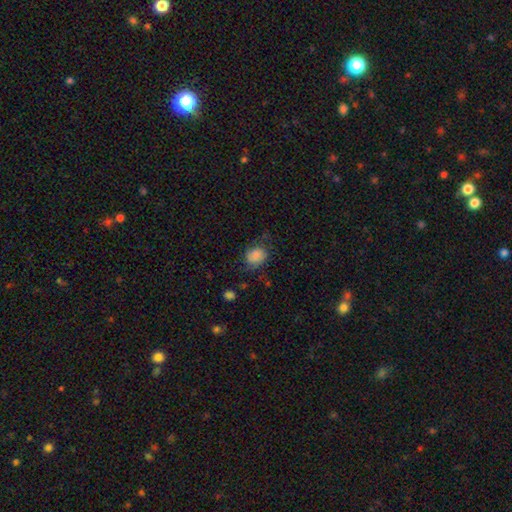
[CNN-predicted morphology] smooth 73%, featured or disk 18%, star or artifact 10%. Down the decision tree: how rounded — in between (51%); merging — none (55%).